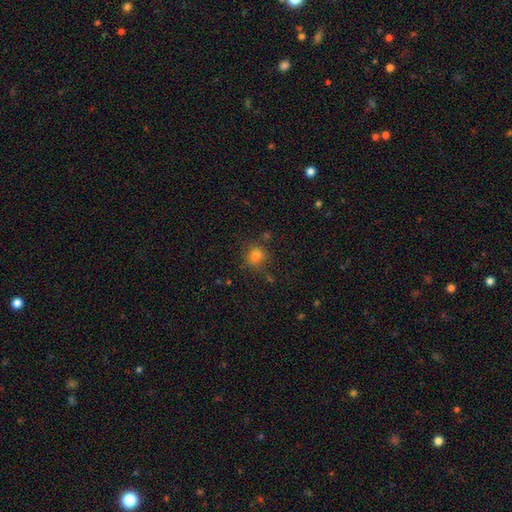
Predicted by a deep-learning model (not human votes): smooth-or-featured: smooth: 78% | star or artifact: 15% | featured or disk: 7%
  how-rounded: round: 69% | in between: 30% | cigar-shaped: 1%
  merging: none: 68% | minor disturbance: 19% | major disturbance: 7% | merger: 6%